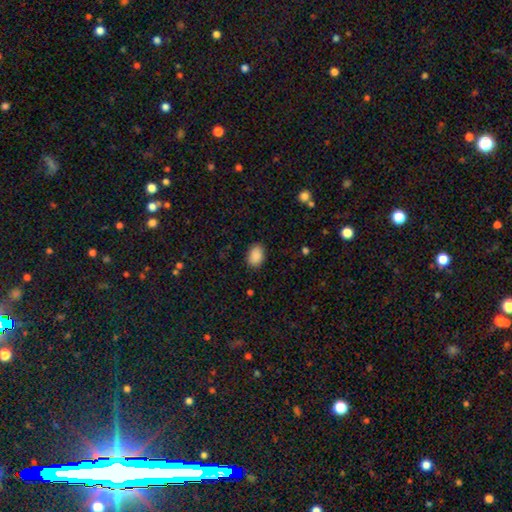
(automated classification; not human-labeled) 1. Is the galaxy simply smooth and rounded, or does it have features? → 89% smooth, 8% star or artifact, 3% featured or disk.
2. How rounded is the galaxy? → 83% in between, 16% round, 1% cigar-shaped.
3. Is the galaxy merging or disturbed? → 85% none, 12% minor disturbance, 3% major disturbance, 1% merger.